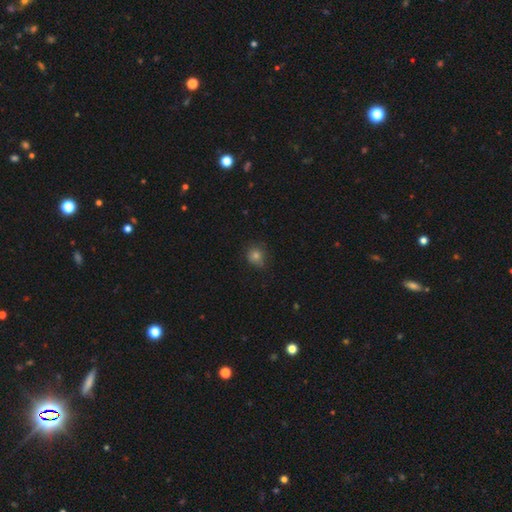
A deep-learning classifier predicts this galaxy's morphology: type=smooth (76%); roundness=round (82%); merging=none (74%).